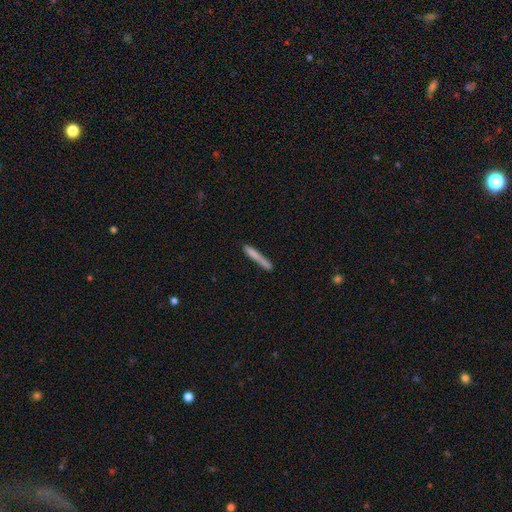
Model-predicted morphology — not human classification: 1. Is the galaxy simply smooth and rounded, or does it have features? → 73% smooth, 20% featured or disk, 7% star or artifact.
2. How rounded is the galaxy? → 96% cigar-shaped, 3% in between, 1% round.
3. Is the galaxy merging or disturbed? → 76% none, 15% minor disturbance, 4% merger, 4% major disturbance.